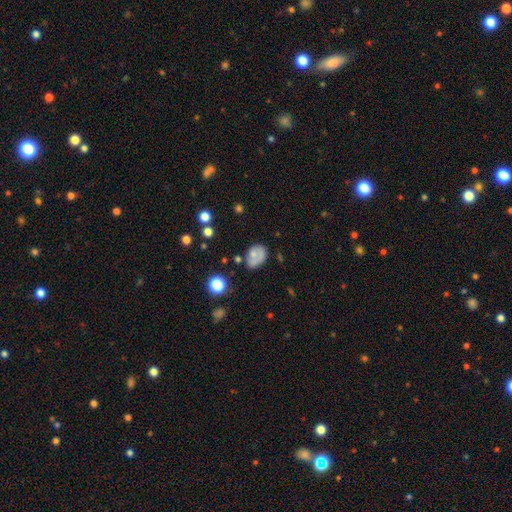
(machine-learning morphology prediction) Smooth or featured?
  - smooth: 64% *
  - featured or disk: 25%
  - star or artifact: 11%
How rounded?
  - in between: 73% *
  - round: 25%
  - cigar-shaped: 1%
Merging?
  - none: 45% *
  - minor disturbance: 28%
  - major disturbance: 15%
  - merger: 13%